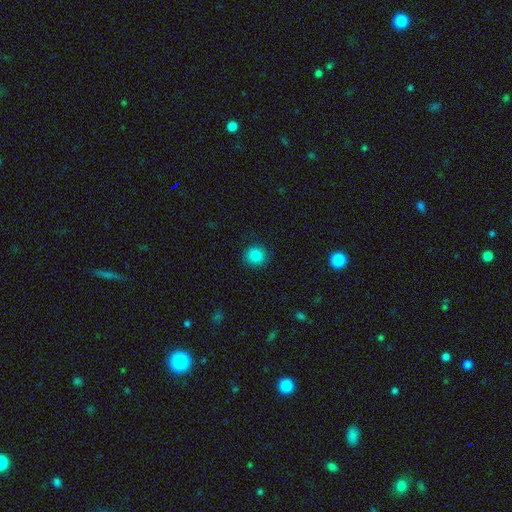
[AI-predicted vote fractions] Smooth or featured: smooth — 86% (star or artifact — 11%)
How rounded: round — 90% (in between — 9%)
Merging: none — 90% (minor disturbance — 7%)